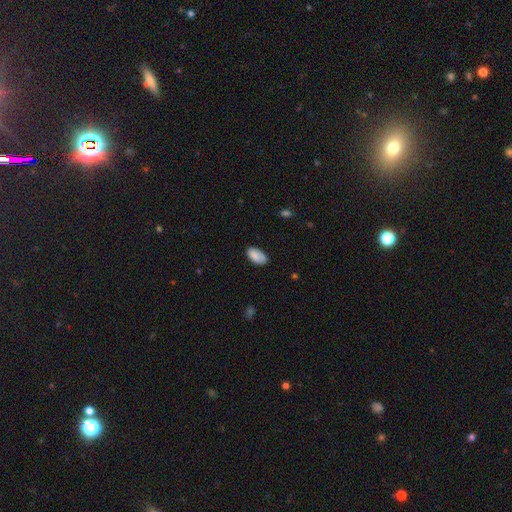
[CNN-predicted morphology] type=smooth (84%); roundness=in between (95%); merging=none (76%).